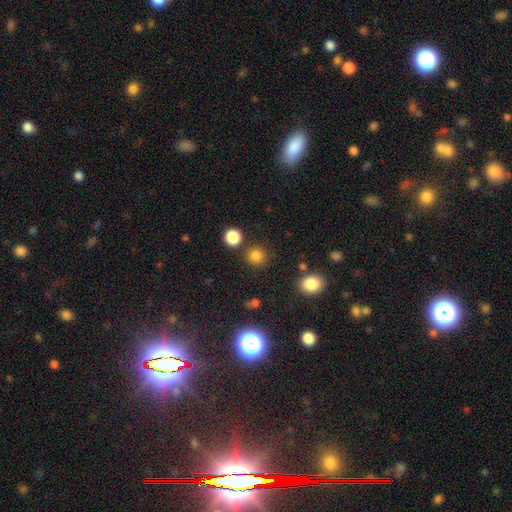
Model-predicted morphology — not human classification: Smooth or featured?
  - smooth: 82% *
  - star or artifact: 14%
  - featured or disk: 4%
How rounded?
  - round: 91% *
  - in between: 8%
  - cigar-shaped: 1%
Merging?
  - none: 85% *
  - minor disturbance: 7%
  - merger: 5%
  - major disturbance: 3%